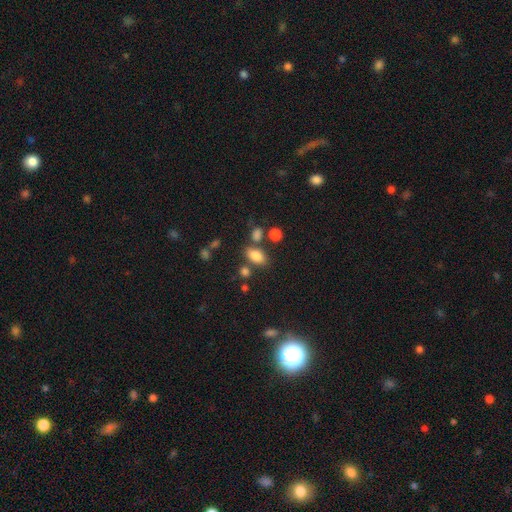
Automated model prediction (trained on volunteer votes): Overall: smooth (82%). How rounded: in between (88%). Merging: none (68%).